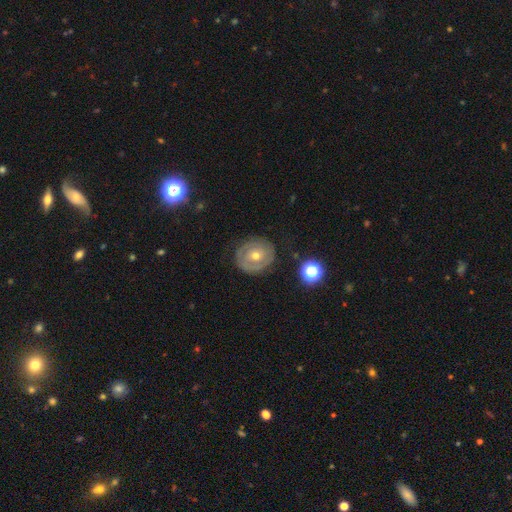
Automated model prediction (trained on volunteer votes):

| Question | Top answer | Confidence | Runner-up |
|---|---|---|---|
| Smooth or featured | featured or disk | 65% | smooth (27%) |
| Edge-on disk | no | 96% | yes (4%) |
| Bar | no | 77% | weak (18%) |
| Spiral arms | yes | 65% | no (35%) |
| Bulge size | moderate | 56% | small (40%) |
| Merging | none | 80% | minor disturbance (14%) |